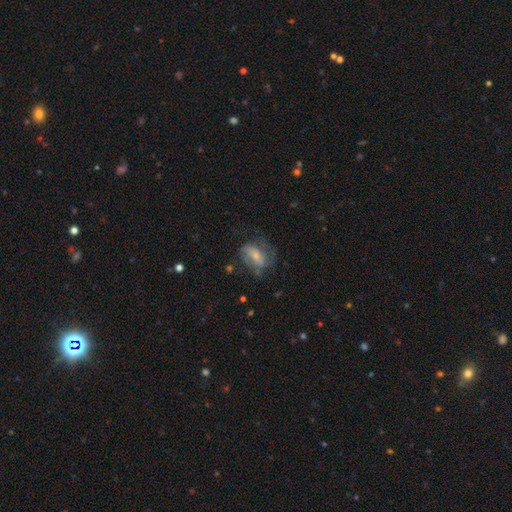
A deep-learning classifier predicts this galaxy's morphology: Smooth or featured: featured or disk — 52% (smooth — 40%)
Edge-on disk: no — 95% (yes — 5%)
Merging: none — 52% (minor disturbance — 25%)